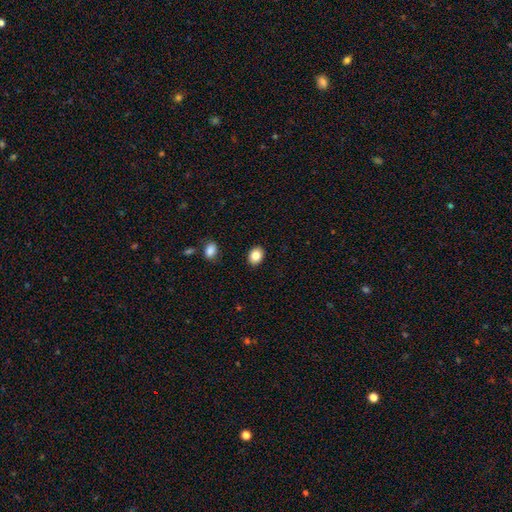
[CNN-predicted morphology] smooth_or_featured: smooth (p=0.85) [alt: star or artifact p=0.09]
how_rounded: in between (p=0.54) [alt: round p=0.45]
merging: none (p=0.89) [alt: minor disturbance p=0.07]